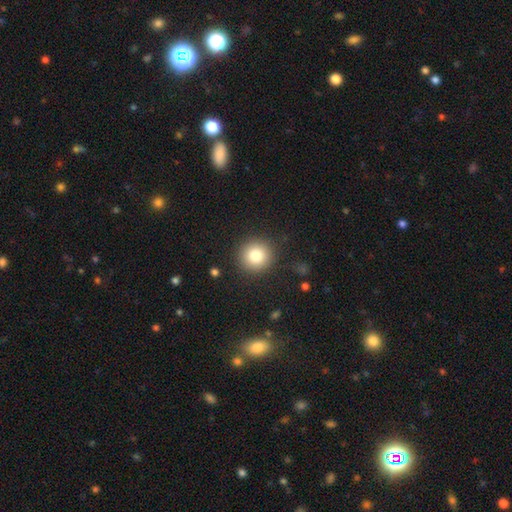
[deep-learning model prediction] Smooth or featured?
  - smooth: 81% *
  - star or artifact: 10%
  - featured or disk: 8%
How rounded?
  - round: 93% *
  - in between: 6%
  - cigar-shaped: 1%
Merging?
  - none: 90% *
  - minor disturbance: 7%
  - major disturbance: 3%
  - merger: 1%